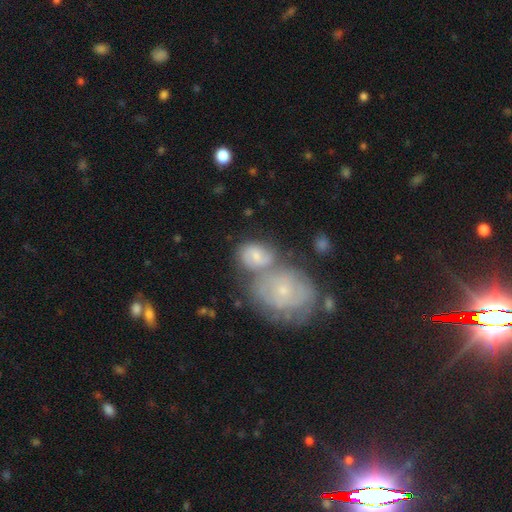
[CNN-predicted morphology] Smooth or featured?
  - featured or disk: 54% *
  - smooth: 37%
  - star or artifact: 9%
Edge-on disk?
  - no: 97% *
  - yes: 3%
Bar?
  - no: 51% *
  - weak: 40%
  - strong: 9%
Spiral arms?
  - yes: 85% *
  - no: 15%
Bulge size?
  - small: 58% *
  - moderate: 34%
  - none: 5%
  - large: 3%
  - dominant: 1%
Merging?
  - merger: 45% *
  - none: 36%
  - minor disturbance: 13%
  - major disturbance: 6%